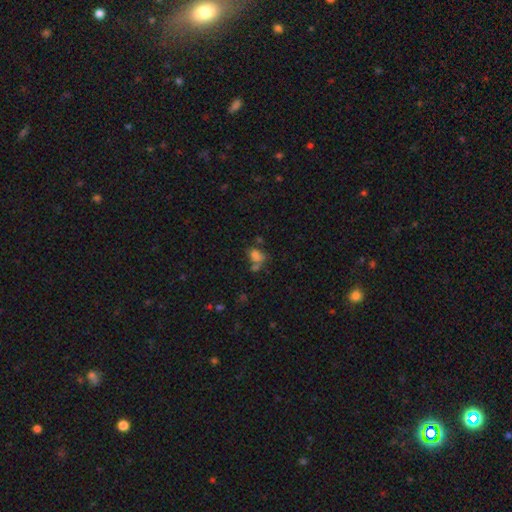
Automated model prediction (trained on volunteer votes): Q: Smooth or featured?
A: smooth (66%); runner-up: star or artifact (19%)
Q: How rounded?
A: in between (69%); runner-up: round (28%)
Q: Merging?
A: merger (42%); runner-up: none (34%)